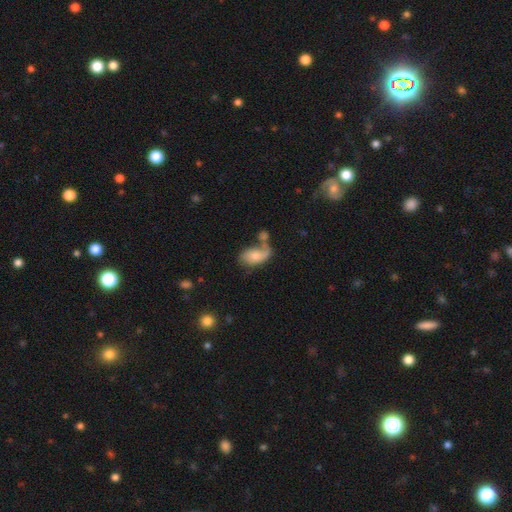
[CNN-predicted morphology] smooth_or_featured: smooth (p=0.62) [alt: featured or disk p=0.30]
how_rounded: in between (p=0.91) [alt: round p=0.06]
merging: none (p=0.32) [alt: merger p=0.29]